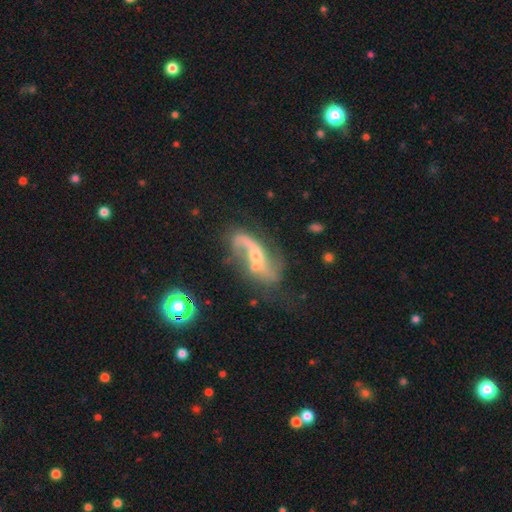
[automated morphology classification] Smooth or featured? featured or disk (81%)
Edge-on disk? no (91%)
Bar? no (48%)
Spiral arms? yes (91%)
Spiral winding? loose (72%)
Spiral arm count? 2 (79%)
Bulge size? small (54%)
Merging? none (50%)